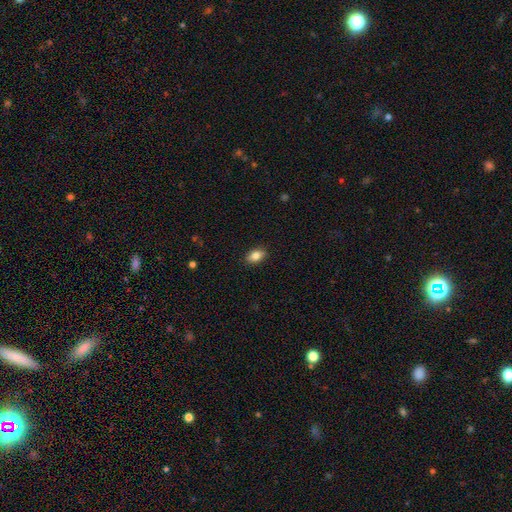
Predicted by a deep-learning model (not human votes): smooth-or-featured: smooth: 83% | featured or disk: 9% | star or artifact: 8%
  how-rounded: in between: 88% | round: 8% | cigar-shaped: 4%
  merging: none: 89% | minor disturbance: 8% | major disturbance: 2% | merger: 1%